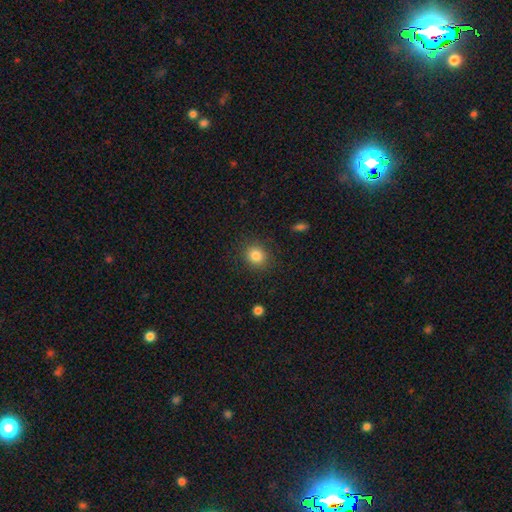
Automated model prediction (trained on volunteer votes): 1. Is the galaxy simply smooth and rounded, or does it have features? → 84% smooth, 11% star or artifact, 6% featured or disk.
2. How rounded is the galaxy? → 81% round, 18% in between, 1% cigar-shaped.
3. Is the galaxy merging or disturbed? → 87% none, 9% minor disturbance, 3% major disturbance, 1% merger.